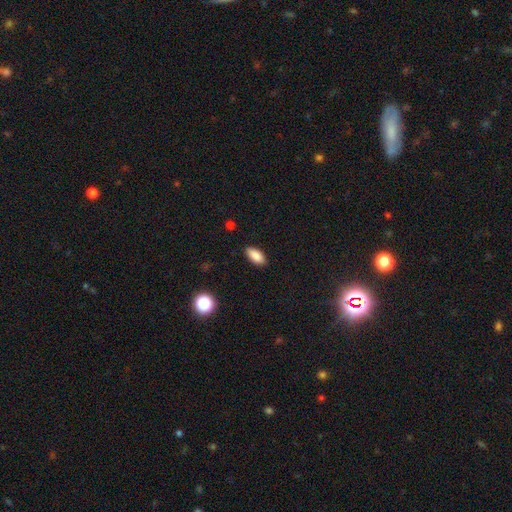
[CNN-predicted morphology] smooth 88%, star or artifact 8%, featured or disk 4%. Down the decision tree: how rounded — in between (88%); merging — none (87%).